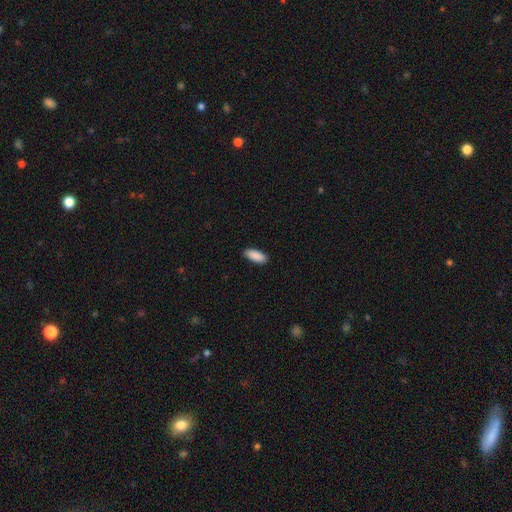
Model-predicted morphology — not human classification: smooth 91%, star or artifact 6%, featured or disk 3%. Down the decision tree: how rounded — in between (83%); merging — none (90%).